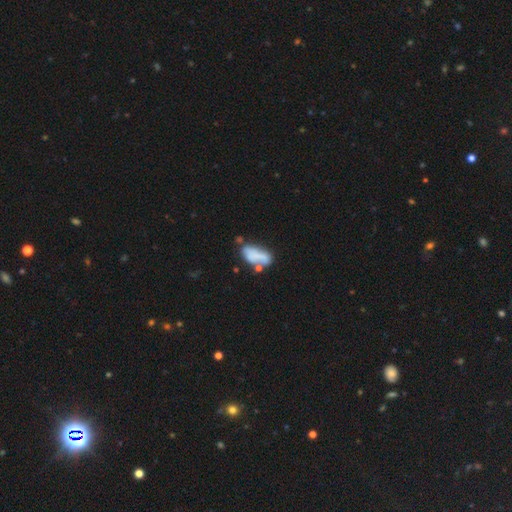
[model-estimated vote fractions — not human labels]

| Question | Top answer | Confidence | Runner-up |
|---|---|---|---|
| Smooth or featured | smooth | 61% | featured or disk (30%) |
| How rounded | in between | 84% | cigar-shaped (13%) |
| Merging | none | 34% | minor disturbance (25%) |